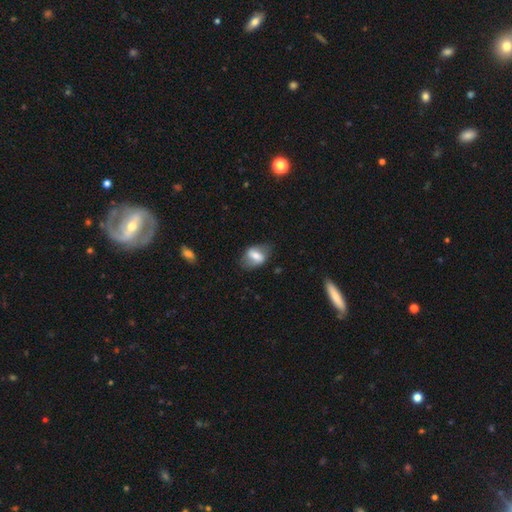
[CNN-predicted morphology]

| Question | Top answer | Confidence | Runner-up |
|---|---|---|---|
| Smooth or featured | smooth | 48% | featured or disk (45%) |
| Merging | none | 68% | minor disturbance (21%) |